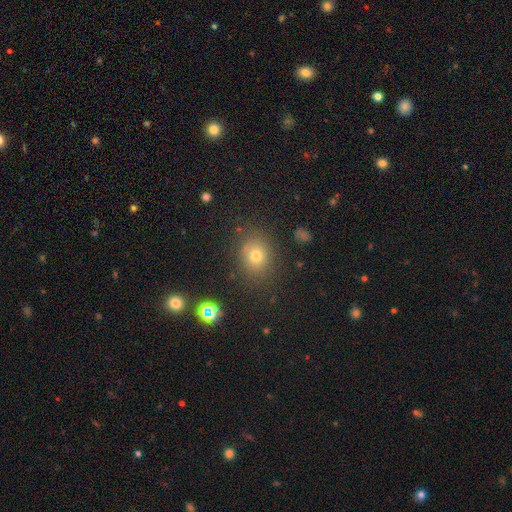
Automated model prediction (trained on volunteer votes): A smooth galaxy with no disk features (70%) that is round (69%). Merging: none (82%).